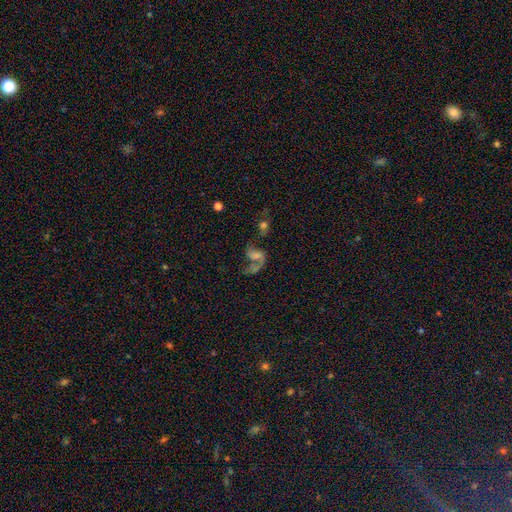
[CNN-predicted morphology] The model was most divided on "merging": merger: 34%, major disturbance: 29%, none: 27%, minor disturbance: 11%. Remaining: edge-on disk — no (96%); spiral arms — yes (75%); bar — no (58%); smooth or featured — featured or disk (57%); bulge size — none (38%).